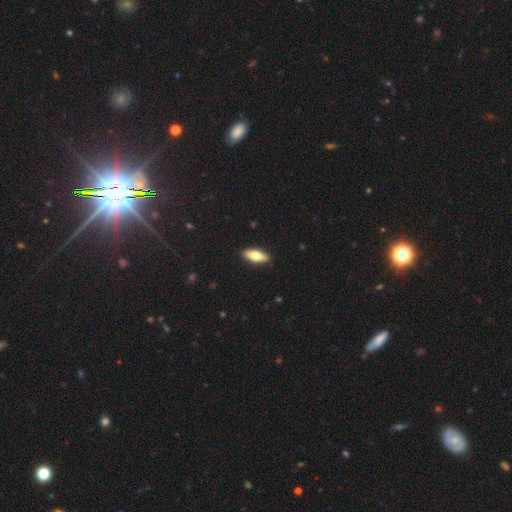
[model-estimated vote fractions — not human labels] This is likely a smooth galaxy (67%). How rounded: likely in between (71%). Merging: clearly none (90%).